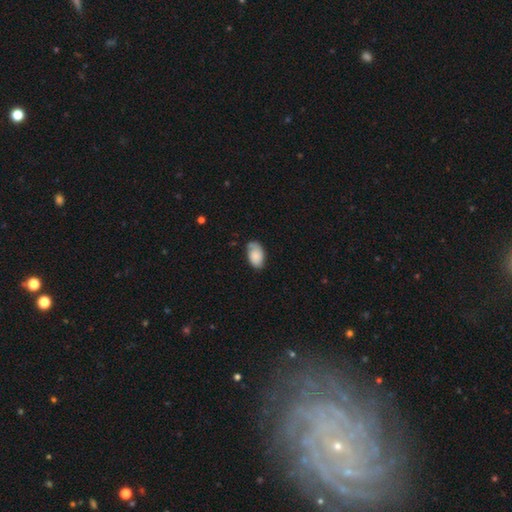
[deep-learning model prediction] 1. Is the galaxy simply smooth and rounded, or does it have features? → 73% smooth, 20% featured or disk, 7% star or artifact.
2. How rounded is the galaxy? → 94% in between, 5% round, 1% cigar-shaped.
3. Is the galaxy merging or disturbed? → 64% none, 27% minor disturbance, 7% major disturbance, 2% merger.